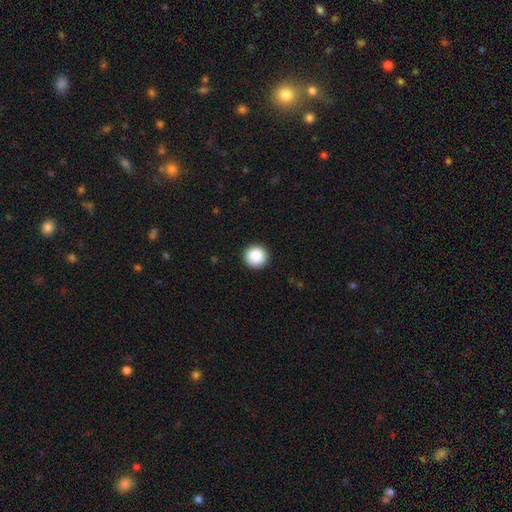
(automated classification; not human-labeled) Smooth or featured: smooth — 89% (star or artifact — 8%)
How rounded: round — 96% (in between — 4%)
Merging: none — 92% (minor disturbance — 5%)